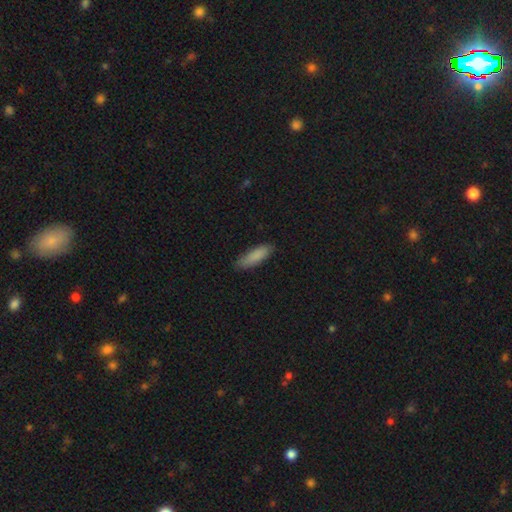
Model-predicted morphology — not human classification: The model was most divided on "how rounded": cigar-shaped: 52%, in between: 47%, round: 1%. More confident: smooth or featured — smooth (87%); merging — none (83%).